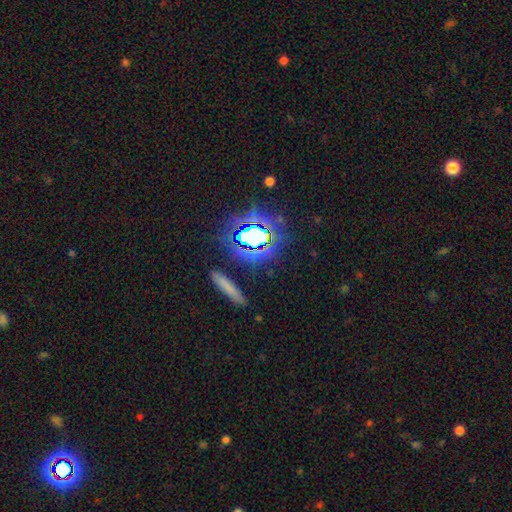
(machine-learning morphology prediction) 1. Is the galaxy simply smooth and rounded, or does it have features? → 70% star or artifact, 20% smooth, 11% featured or disk.